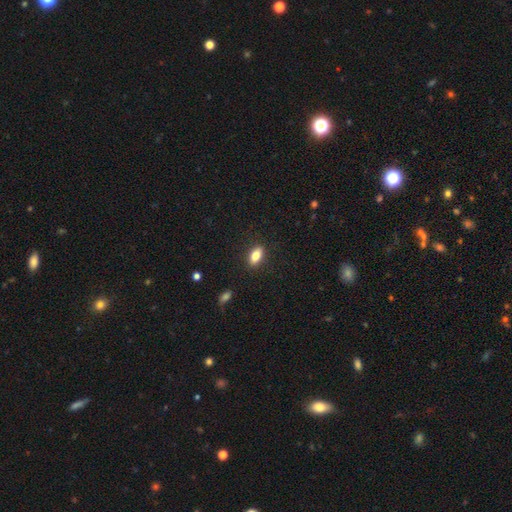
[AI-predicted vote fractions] Overall: smooth (80%). How rounded: in between (85%). Merging: none (88%).